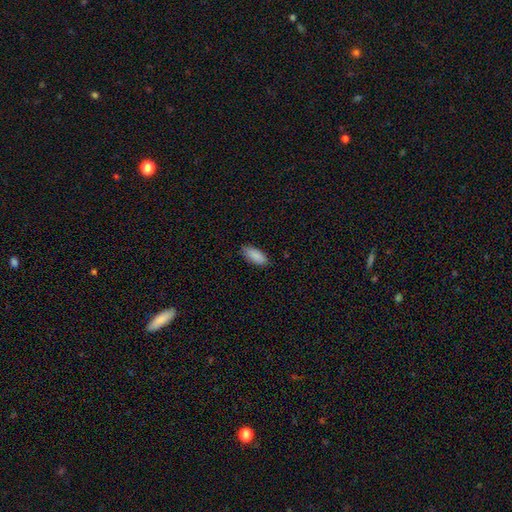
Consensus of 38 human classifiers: Smooth or featured? 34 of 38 (89%) said smooth. How rounded? 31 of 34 (91%) said in between. Merging? 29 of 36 (81%) said none.